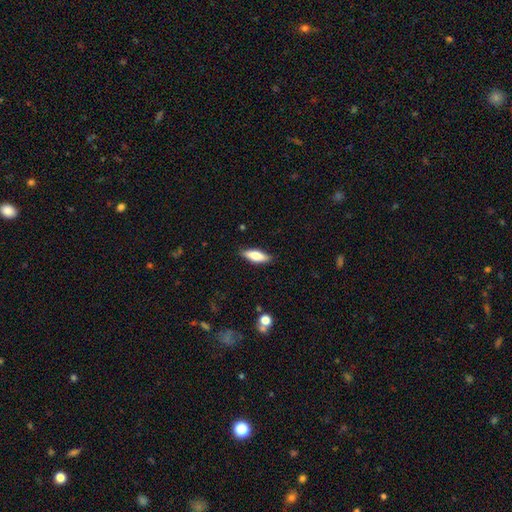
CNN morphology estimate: Smooth or featured? Predicted: smooth (p=0.71). How rounded? Predicted: in between (p=0.59). Merging? Predicted: none (p=0.86).